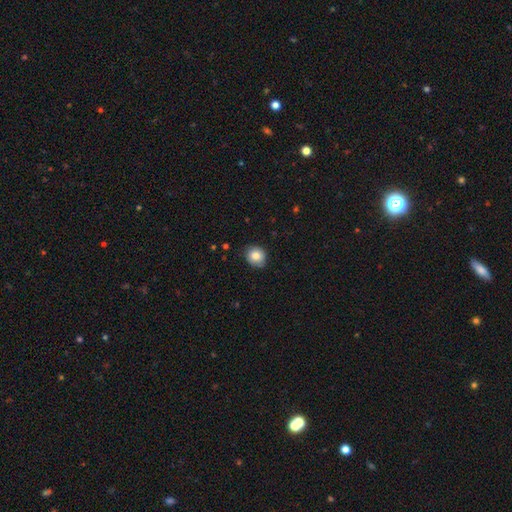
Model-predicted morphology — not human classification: type=smooth (83%); roundness=round (80%); merging=none (83%).